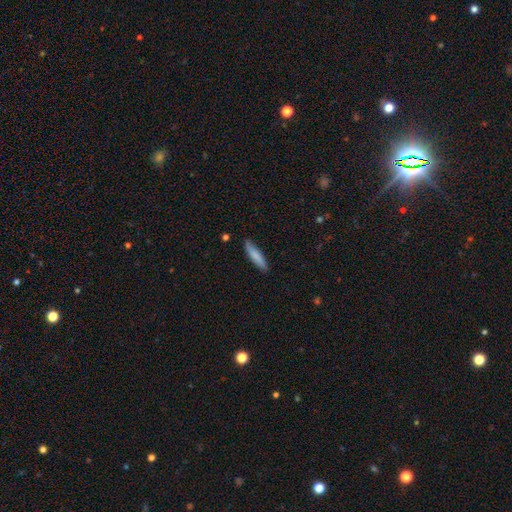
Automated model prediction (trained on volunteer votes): A smooth galaxy with no disk features (80%) that is cigar-shaped (82%).

Vote fractions:
- Smooth or featured? smooth: 80% / featured or disk: 14% / star or artifact: 6%
- How rounded? cigar-shaped: 82% / in between: 17% / round: 1%
- Merging? none: 84% / minor disturbance: 13% / major disturbance: 2% / merger: 1%